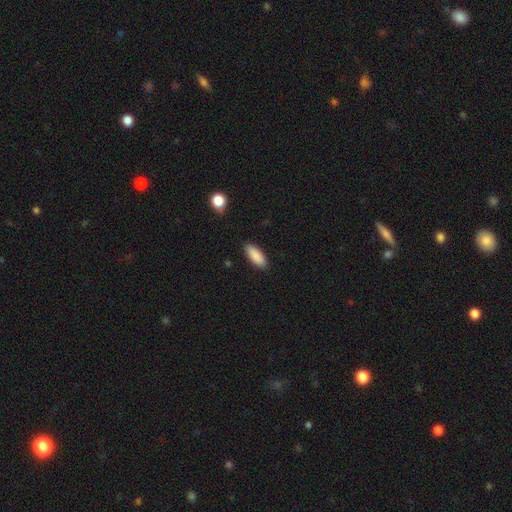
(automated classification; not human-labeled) This is clearly a smooth galaxy (90%). How rounded: likely in between (78%). Merging: clearly none (88%).